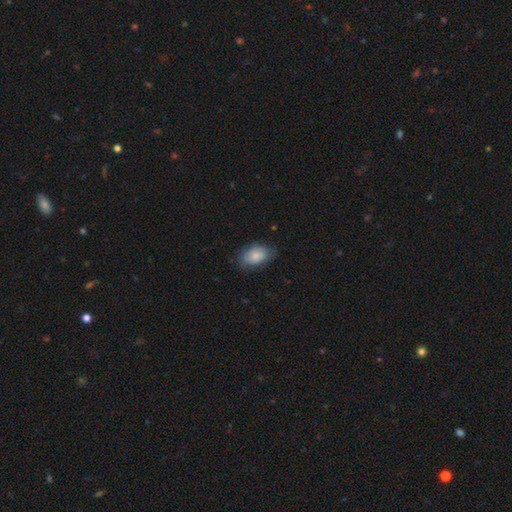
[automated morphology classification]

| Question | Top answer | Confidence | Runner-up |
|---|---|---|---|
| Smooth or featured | smooth | 77% | featured or disk (16%) |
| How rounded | in between | 89% | round (9%) |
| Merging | none | 66% | minor disturbance (26%) |